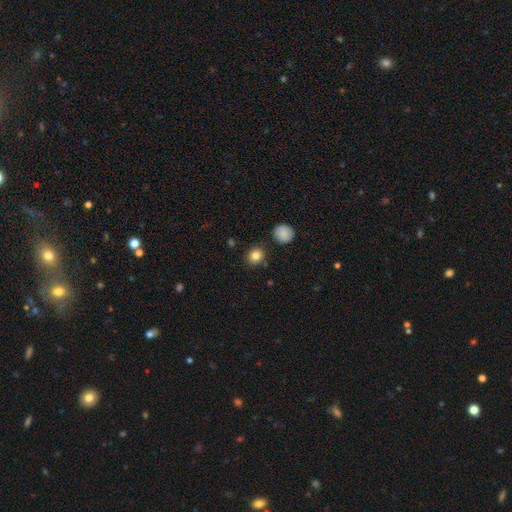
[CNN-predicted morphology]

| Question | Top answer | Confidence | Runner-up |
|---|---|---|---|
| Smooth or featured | smooth | 83% | star or artifact (10%) |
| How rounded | round | 76% | in between (23%) |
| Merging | none | 85% | minor disturbance (9%) |